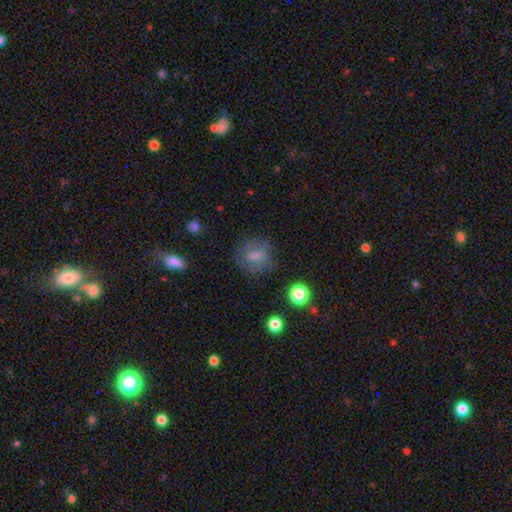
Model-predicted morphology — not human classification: smooth-or-featured: smooth: 63% | featured or disk: 25% | star or artifact: 13%
  how-rounded: round: 66% | in between: 32% | cigar-shaped: 2%
  merging: none: 67% | minor disturbance: 19% | major disturbance: 12% | merger: 2%